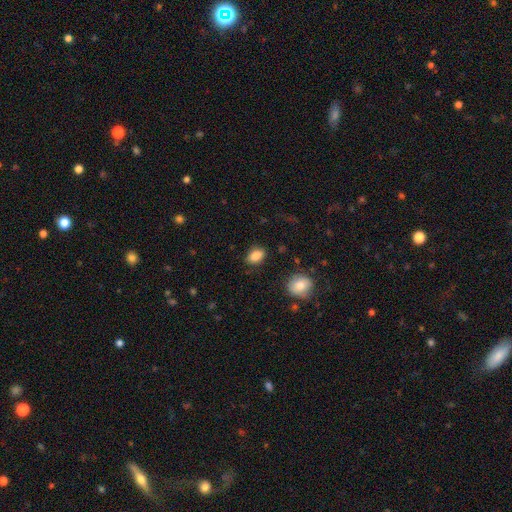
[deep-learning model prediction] Morphology: type=smooth (86%); roundness=in between (84%); merging=none (84%).